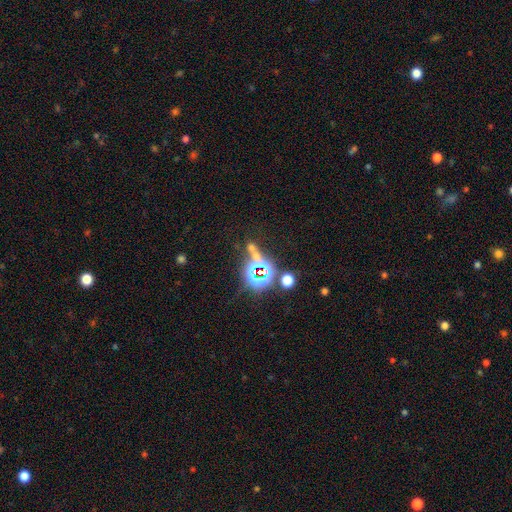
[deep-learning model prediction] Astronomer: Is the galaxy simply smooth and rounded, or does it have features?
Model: star or artifact — 60%.